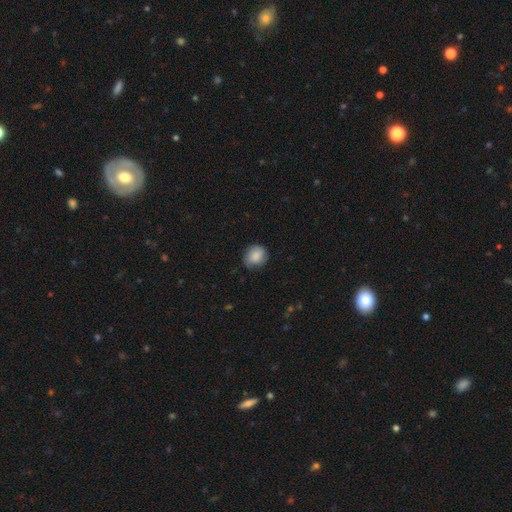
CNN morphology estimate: The model was most divided on "how rounded": round: 75%, in between: 24%, cigar-shaped: 1%. More confident: smooth or featured — smooth (84%); merging — none (77%).